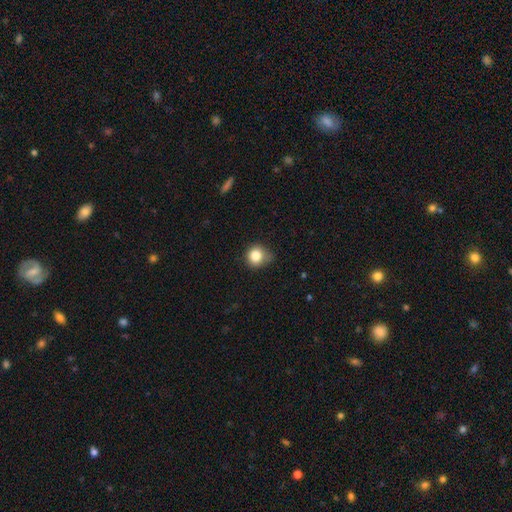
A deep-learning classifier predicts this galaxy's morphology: A smooth galaxy with no disk features (83%) that is round (85%). Merging: none (58%).